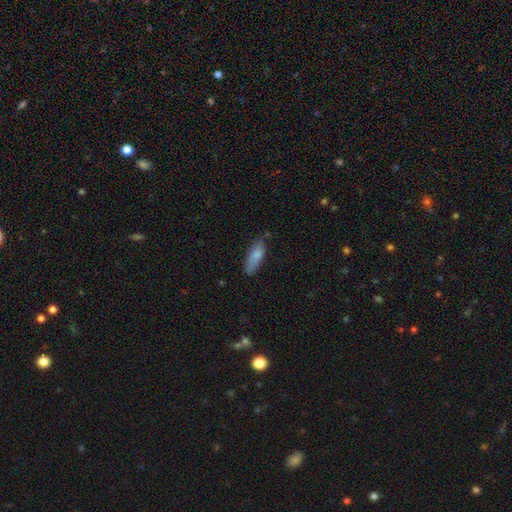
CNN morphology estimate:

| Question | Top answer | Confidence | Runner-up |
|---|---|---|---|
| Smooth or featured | smooth | 80% | featured or disk (13%) |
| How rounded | in between | 57% | cigar-shaped (41%) |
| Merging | none | 67% | minor disturbance (25%) |